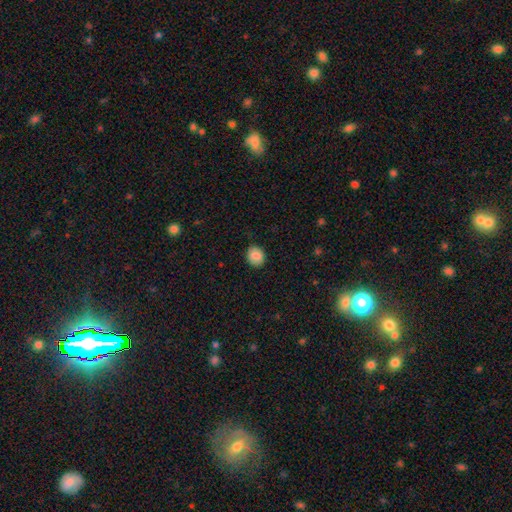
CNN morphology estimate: A smooth galaxy with no disk features (86%) that is round (71%).

Vote fractions:
- Smooth or featured? smooth: 86% / star or artifact: 8% / featured or disk: 5%
- How rounded? round: 71% / in between: 28% / cigar-shaped: 1%
- Merging? none: 86% / minor disturbance: 10% / major disturbance: 2% / merger: 1%